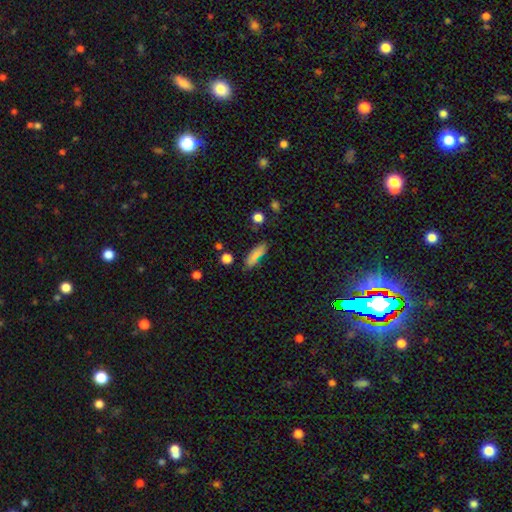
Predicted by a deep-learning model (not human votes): Q: Smooth or featured?
A: smooth (83%); runner-up: star or artifact (9%)
Q: How rounded?
A: cigar-shaped (49%); runner-up: in between (48%)
Q: Merging?
A: none (74%); runner-up: minor disturbance (16%)